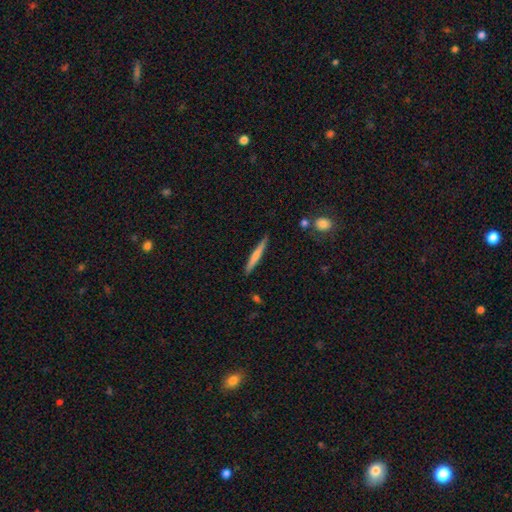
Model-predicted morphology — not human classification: A smooth galaxy with no disk features (61%) that is cigar-shaped (95%).

Vote fractions:
- Smooth or featured? smooth: 61% / featured or disk: 34% / star or artifact: 6%
- How rounded? cigar-shaped: 95% / in between: 3% / round: 1%
- Merging? none: 87% / minor disturbance: 10% / merger: 2% / major disturbance: 2%